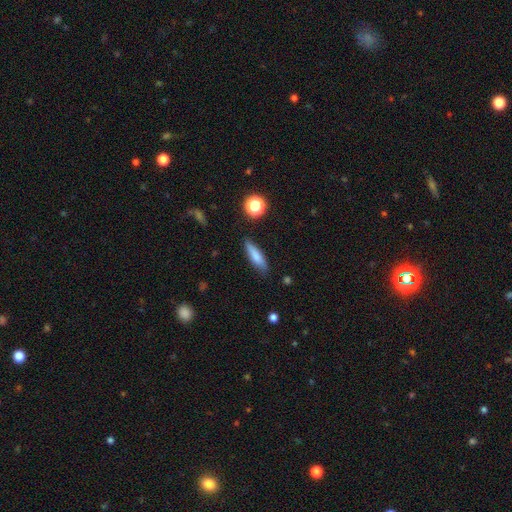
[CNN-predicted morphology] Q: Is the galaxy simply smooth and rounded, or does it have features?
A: smooth — 75%.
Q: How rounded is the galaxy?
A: cigar-shaped — 67%.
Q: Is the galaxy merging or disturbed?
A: none — 82%.